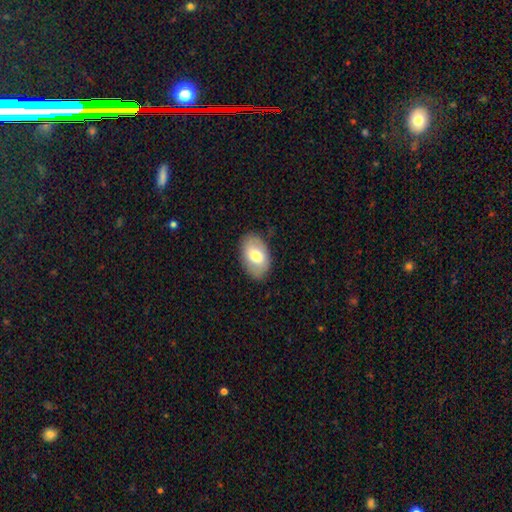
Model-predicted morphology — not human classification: Smooth or featured?
  - smooth: 67% *
  - featured or disk: 27%
  - star or artifact: 6%
How rounded?
  - in between: 91% *
  - round: 8%
  - cigar-shaped: 1%
Merging?
  - none: 84% *
  - minor disturbance: 12%
  - major disturbance: 3%
  - merger: 1%